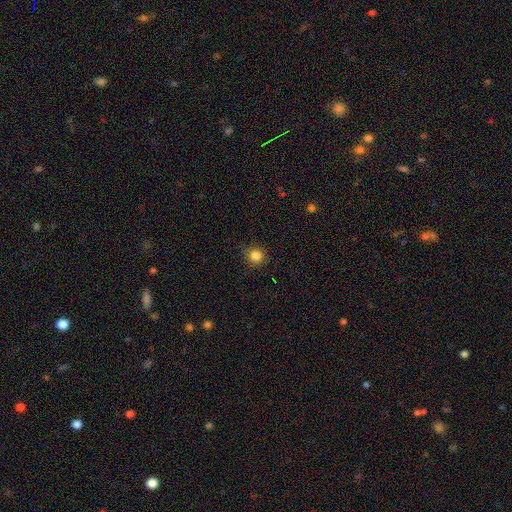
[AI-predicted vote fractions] Smooth or featured? smooth (84%)
How rounded? round (91%)
Merging? none (86%)